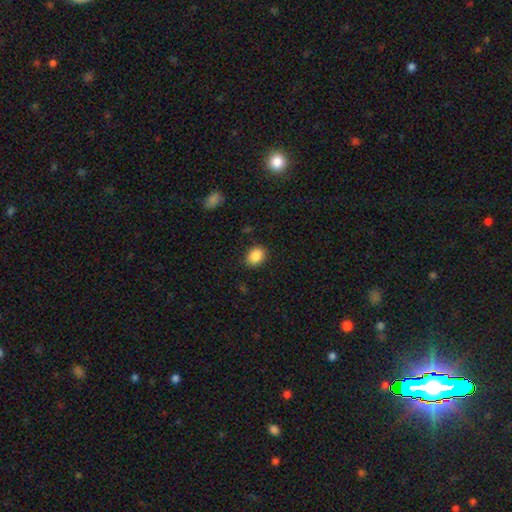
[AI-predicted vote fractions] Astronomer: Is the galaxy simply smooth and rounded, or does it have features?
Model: smooth — 88%.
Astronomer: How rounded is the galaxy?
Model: in between — 61% (runner-up: round, 38%).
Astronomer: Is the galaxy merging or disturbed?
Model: none — 87%.